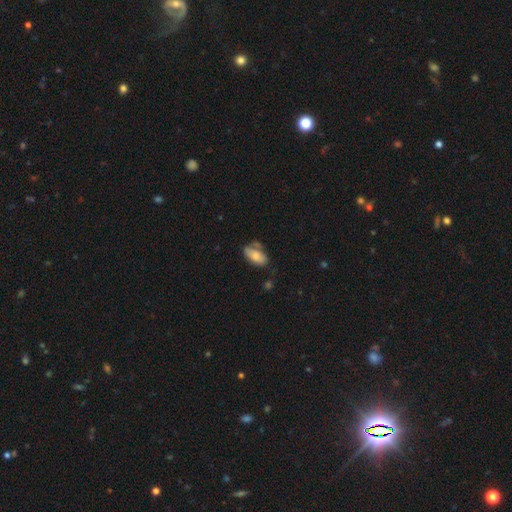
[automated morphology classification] A smooth galaxy with no disk features (74%) that is in between round and cigar-shaped (93%).

Vote fractions:
- Smooth or featured? smooth: 74% / featured or disk: 20% / star or artifact: 7%
- How rounded? in between: 93% / cigar-shaped: 4% / round: 3%
- Merging? none: 49% / minor disturbance: 30% / major disturbance: 11% / merger: 10%